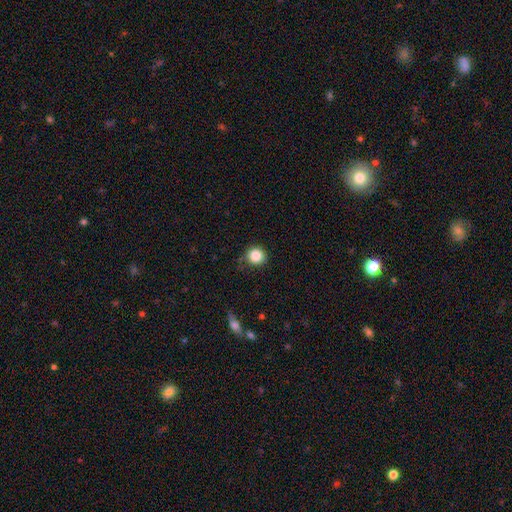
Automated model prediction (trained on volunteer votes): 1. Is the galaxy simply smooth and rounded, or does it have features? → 86% smooth, 10% star or artifact, 4% featured or disk.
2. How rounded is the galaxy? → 93% round, 6% in between, 1% cigar-shaped.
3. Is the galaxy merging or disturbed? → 83% none, 12% minor disturbance, 3% major disturbance, 2% merger.